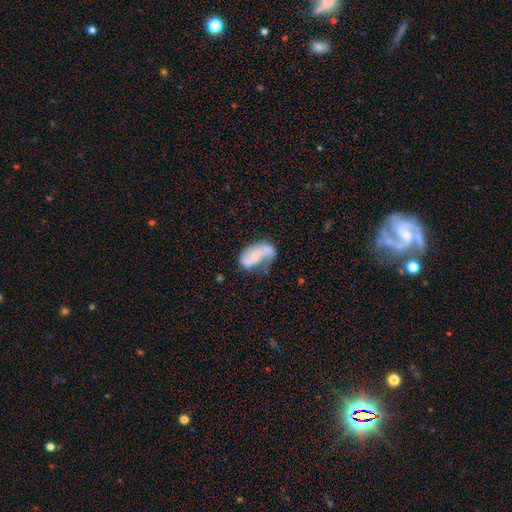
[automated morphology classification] A featured or disk galaxy (60%) with no bar (56%), spiral arms (73%) and a small central bulge (36%). Merging: none (31%).